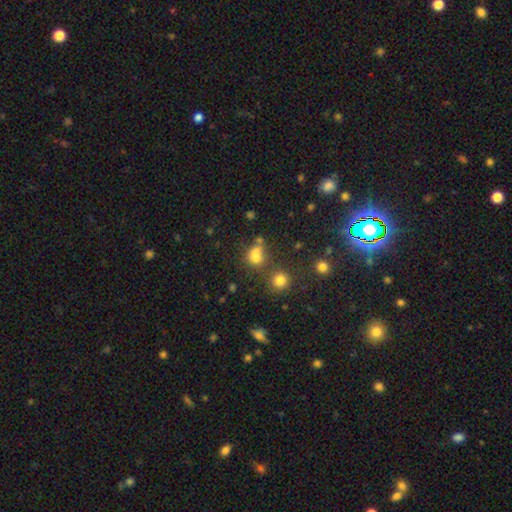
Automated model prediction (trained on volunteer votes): This is likely a smooth galaxy (69%). How rounded: likely round (63%). Merging: marginally none (41%).